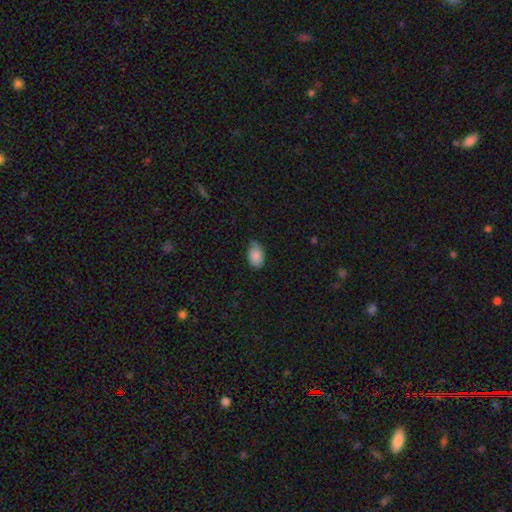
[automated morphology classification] smooth 84%, featured or disk 9%, star or artifact 7%. Down the decision tree: how rounded — in between (88%); merging — none (69%).